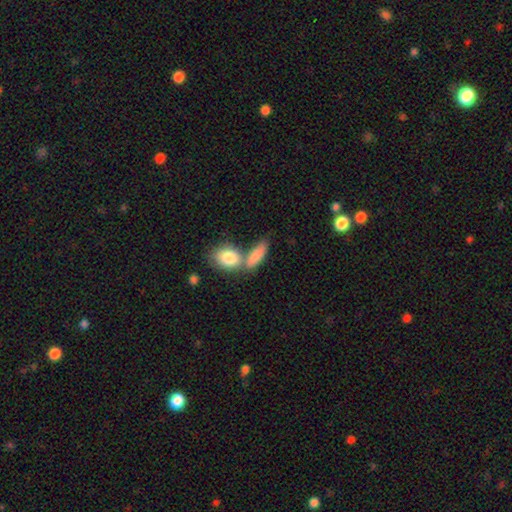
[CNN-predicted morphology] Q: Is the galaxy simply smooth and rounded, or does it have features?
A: smooth — 81%.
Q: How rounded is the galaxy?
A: in between — 69%.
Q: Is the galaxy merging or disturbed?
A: merger — 43%.